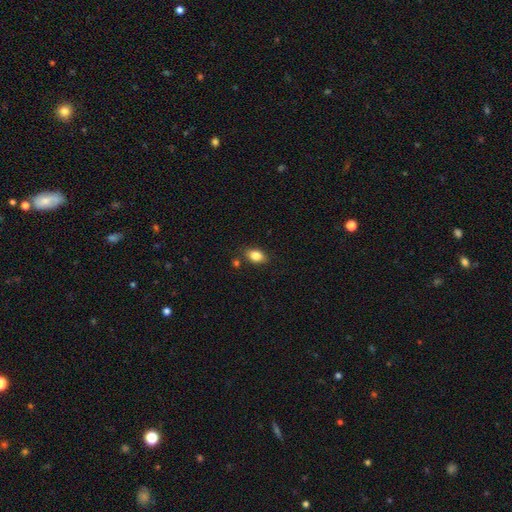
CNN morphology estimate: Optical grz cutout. It shows a smooth galaxy with no disk features (84%) that is in between round and cigar-shaped (82%). Merging: none (81%).